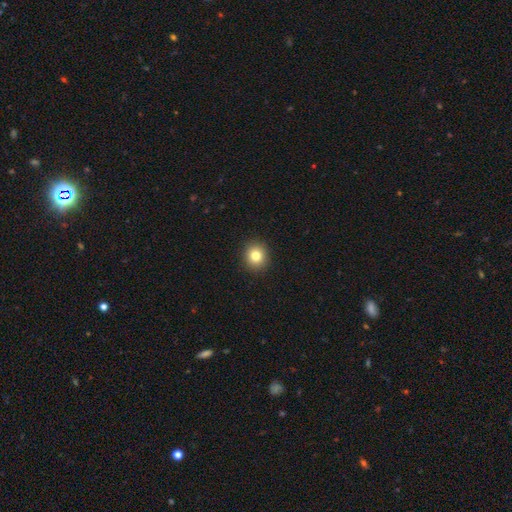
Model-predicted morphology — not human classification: A smooth galaxy with no disk features (81%) that is round (86%).

Vote fractions:
- Smooth or featured? smooth: 81% / star or artifact: 11% / featured or disk: 8%
- How rounded? round: 86% / in between: 13% / cigar-shaped: 1%
- Merging? none: 92% / minor disturbance: 5% / major disturbance: 2% / merger: 1%